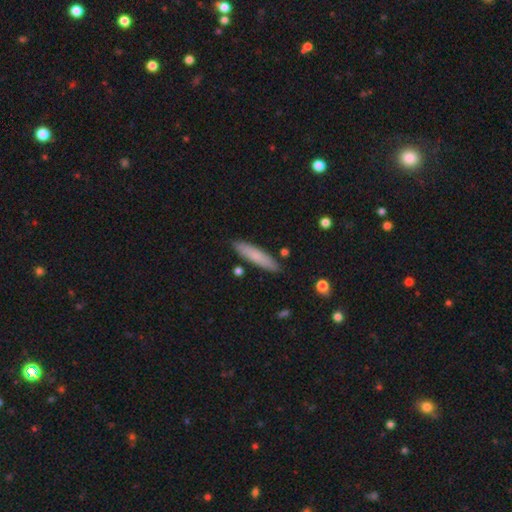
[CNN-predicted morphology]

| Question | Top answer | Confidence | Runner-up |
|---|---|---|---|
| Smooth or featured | smooth | 76% | featured or disk (18%) |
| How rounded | cigar-shaped | 82% | in between (16%) |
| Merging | none | 87% | minor disturbance (9%) |